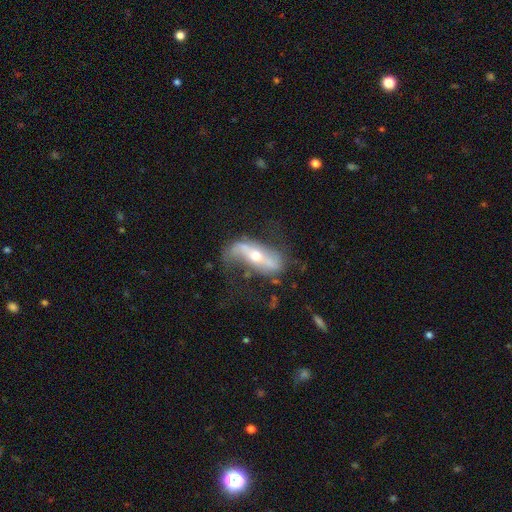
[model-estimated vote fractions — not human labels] smooth-or-featured: featured or disk: 80% | smooth: 14% | star or artifact: 6%
  disk-edge-on: no: 82% | yes: 18%
    bar: strong: 48% | no: 28% | weak: 24%
    has-spiral-arms: yes: 84% | no: 16%
      spiral-winding: loose: 70% | medium: 21% | tight: 9%
      spiral-arm-count: 2: 84% | 1: 7% | can't tell: 6% | 3: 1% | 4: 1% | more than 4: 1%
    bulge-size: moderate: 59% | small: 36% | large: 3% | none: 1% | dominant: 1%
  merging: none: 54% | minor disturbance: 23% | major disturbance: 20% | merger: 3%